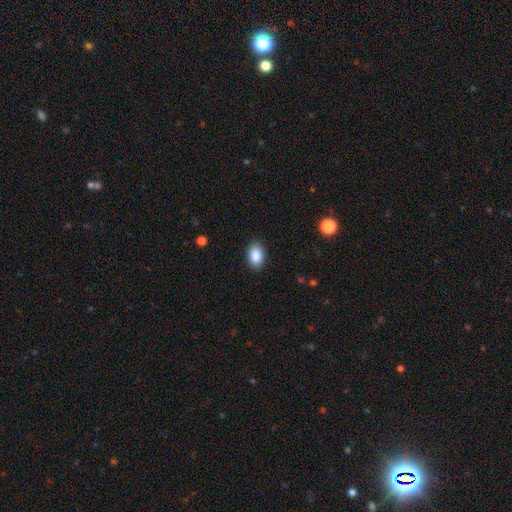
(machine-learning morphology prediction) A smooth galaxy with no disk features (88%) that is in between round and cigar-shaped (89%).

Vote fractions:
- Smooth or featured? smooth: 88% / star or artifact: 7% / featured or disk: 4%
- How rounded? in between: 89% / round: 10% / cigar-shaped: 1%
- Merging? none: 87% / minor disturbance: 9% / major disturbance: 2% / merger: 1%